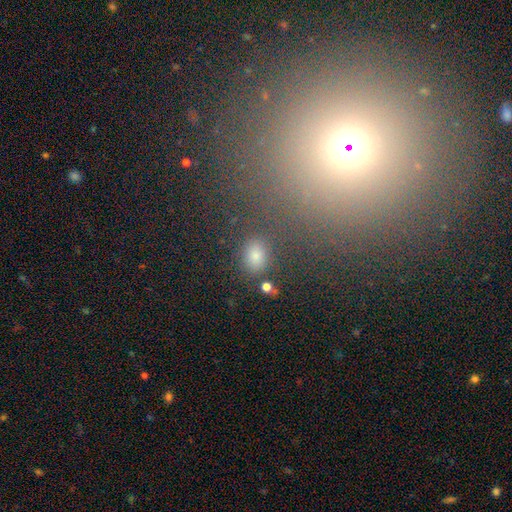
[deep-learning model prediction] A smooth galaxy with no disk features (76%) that is in between round and cigar-shaped (63%).

Vote fractions:
- Smooth or featured? smooth: 76% / star or artifact: 17% / featured or disk: 7%
- How rounded? in between: 63% / round: 34% / cigar-shaped: 2%
- Merging? none: 77% / minor disturbance: 12% / merger: 6% / major disturbance: 5%